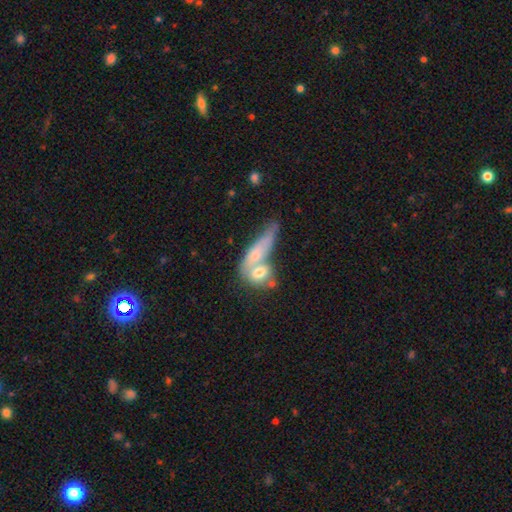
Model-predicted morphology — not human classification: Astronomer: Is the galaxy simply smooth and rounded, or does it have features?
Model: smooth — 56% (runner-up: featured or disk, 35%).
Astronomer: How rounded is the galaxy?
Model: in between — 46% (runner-up: cigar-shaped, 38%).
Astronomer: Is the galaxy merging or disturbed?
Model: merger — 57%.